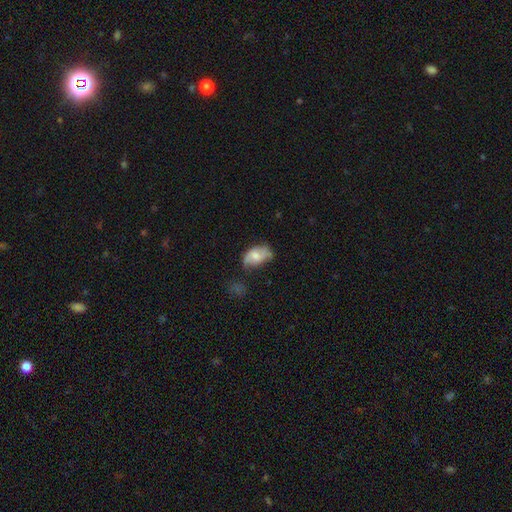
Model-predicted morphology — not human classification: This is possibly a smooth galaxy (54%). How rounded: clearly in between (90%). Merging: possibly none (46%).